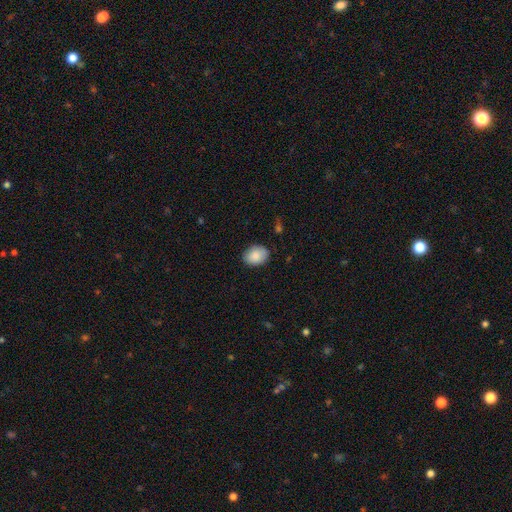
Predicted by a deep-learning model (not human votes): Smooth or featured? Predicted: smooth (p=0.88). How rounded? Predicted: in between (p=0.68). Merging? Predicted: none (p=0.84).